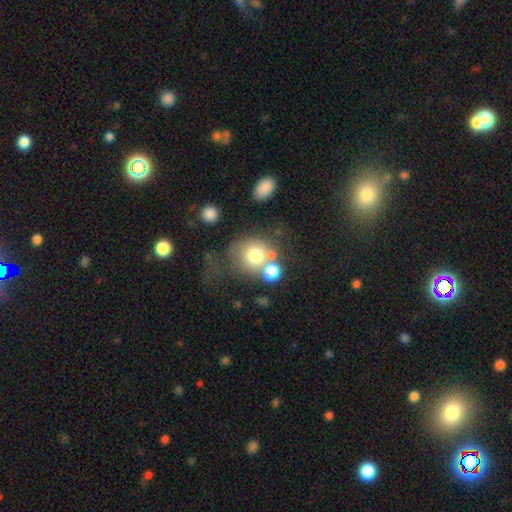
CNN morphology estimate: A smooth galaxy with no disk features (70%) that is round (80%). Merging: none (40%).